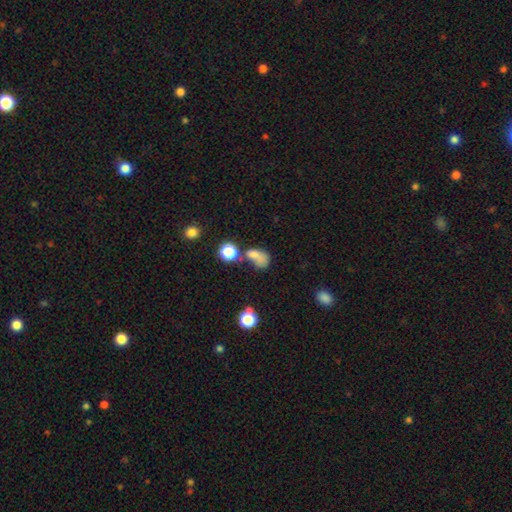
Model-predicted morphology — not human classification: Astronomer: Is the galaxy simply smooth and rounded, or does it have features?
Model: smooth — 69%.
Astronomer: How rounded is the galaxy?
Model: in between — 64%.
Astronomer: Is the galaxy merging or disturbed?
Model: merger — 35% (runner-up: none, 26%).